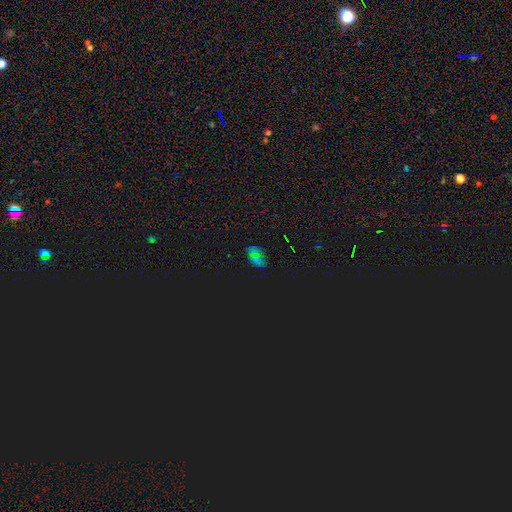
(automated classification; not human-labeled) The model was most divided on "smooth or featured": star or artifact: 62%, smooth: 28%, featured or disk: 10%.